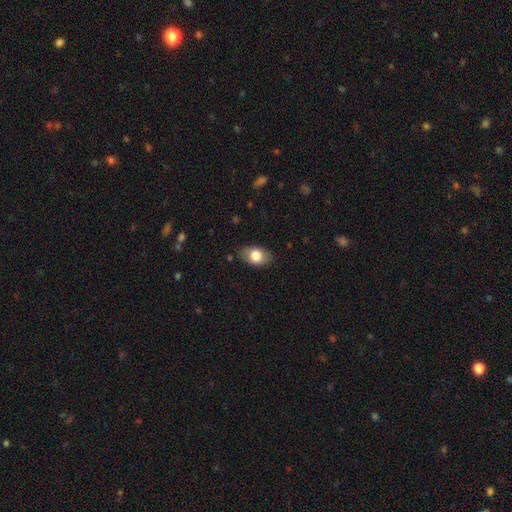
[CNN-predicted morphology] type=smooth (78%); roundness=in between (87%); merging=none (83%).